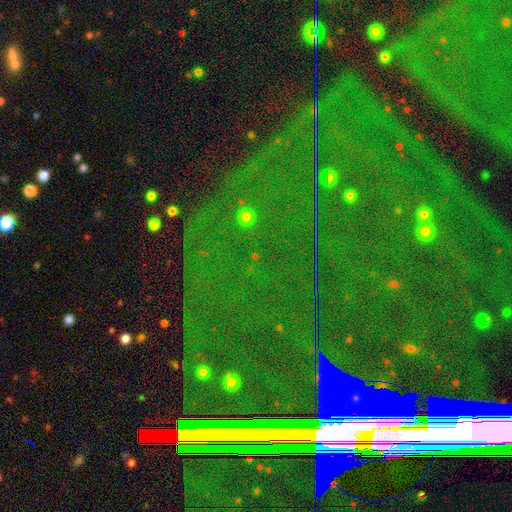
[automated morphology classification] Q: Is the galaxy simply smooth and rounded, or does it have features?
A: star or artifact — 80%.